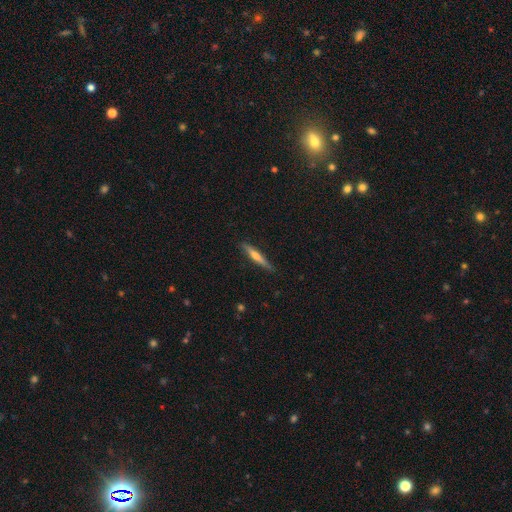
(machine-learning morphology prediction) Q: Smooth or featured?
A: featured or disk (52%); runner-up: smooth (42%)
Q: Edge-on disk?
A: yes (96%); runner-up: no (4%)
Q: Edge-on bulge?
A: rounded (72%); runner-up: none (20%)
Q: Merging?
A: none (86%); runner-up: minor disturbance (11%)